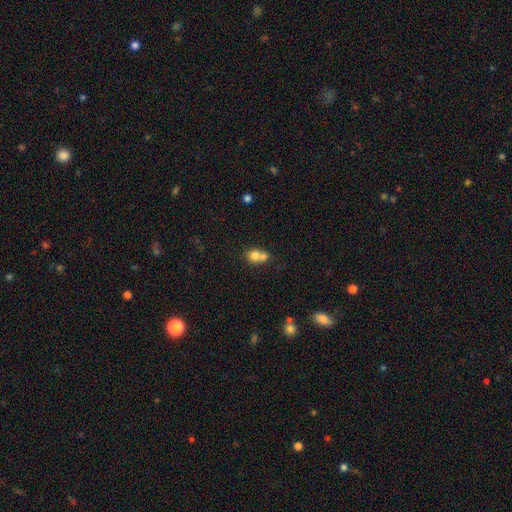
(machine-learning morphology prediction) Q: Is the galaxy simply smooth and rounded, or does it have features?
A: smooth — 75%.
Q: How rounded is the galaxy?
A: round — 72%.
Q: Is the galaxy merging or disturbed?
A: merger — 63%.